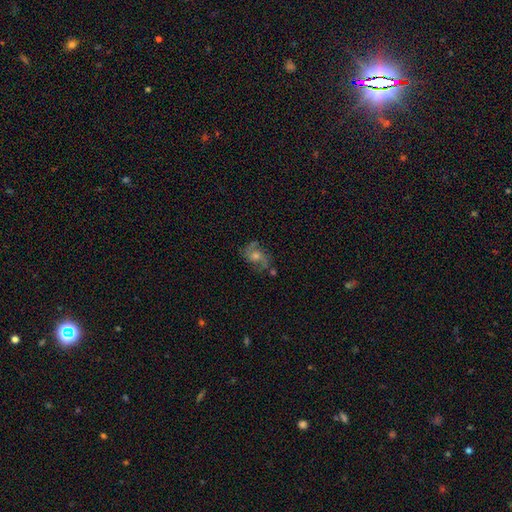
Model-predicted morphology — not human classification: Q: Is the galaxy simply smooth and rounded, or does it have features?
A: featured or disk — 65%.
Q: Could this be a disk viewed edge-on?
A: no — 96%.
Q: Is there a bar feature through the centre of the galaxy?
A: no — 69%.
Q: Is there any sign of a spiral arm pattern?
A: yes — 90%.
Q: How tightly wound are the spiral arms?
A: medium — 50%.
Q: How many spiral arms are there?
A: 2 — 72%.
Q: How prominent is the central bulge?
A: moderate — 62%.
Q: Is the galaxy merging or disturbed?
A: none — 71%.